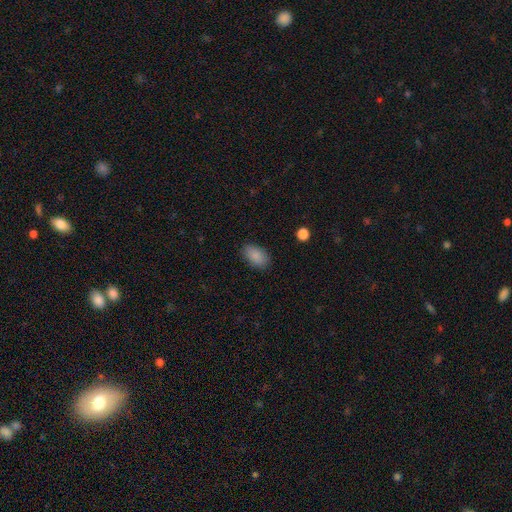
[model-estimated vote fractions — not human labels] This is clearly a smooth galaxy (87%). How rounded: clearly in between (91%). Merging: clearly none (85%).